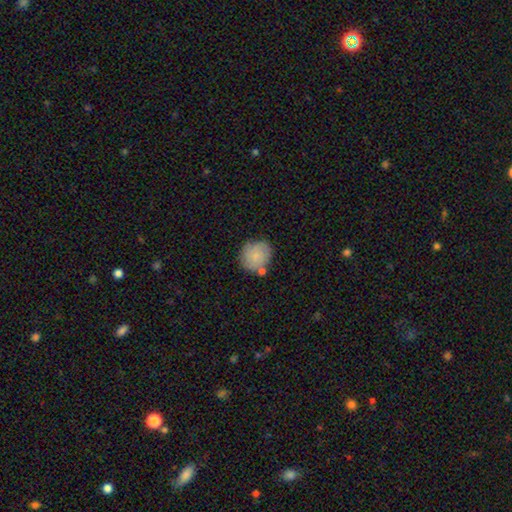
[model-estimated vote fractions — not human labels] Smooth or featured?
  - smooth: 80% *
  - featured or disk: 13%
  - star or artifact: 7%
How rounded?
  - round: 83% *
  - in between: 16%
  - cigar-shaped: 1%
Merging?
  - none: 68% *
  - minor disturbance: 16%
  - merger: 11%
  - major disturbance: 4%